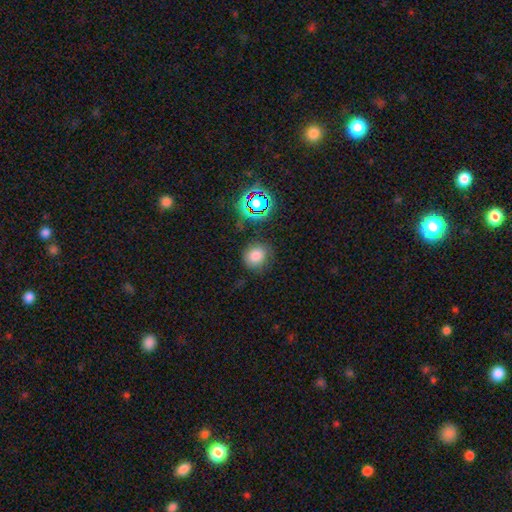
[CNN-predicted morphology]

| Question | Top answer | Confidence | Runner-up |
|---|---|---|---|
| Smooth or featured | smooth | 74% | star or artifact (18%) |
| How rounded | round | 77% | in between (22%) |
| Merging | none | 74% | minor disturbance (17%) |